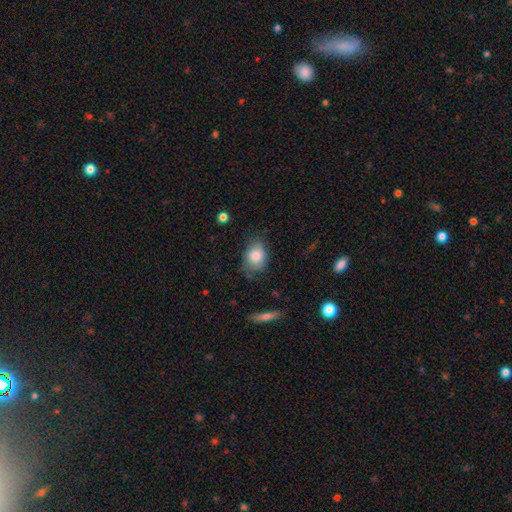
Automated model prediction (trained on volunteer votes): A smooth galaxy with no disk features (81%) that is in between round and cigar-shaped (65%). Merging: none (61%).